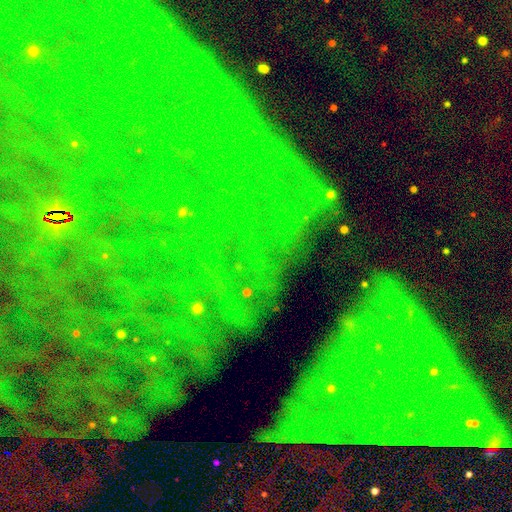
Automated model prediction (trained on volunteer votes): Overall: star or artifact (83%).